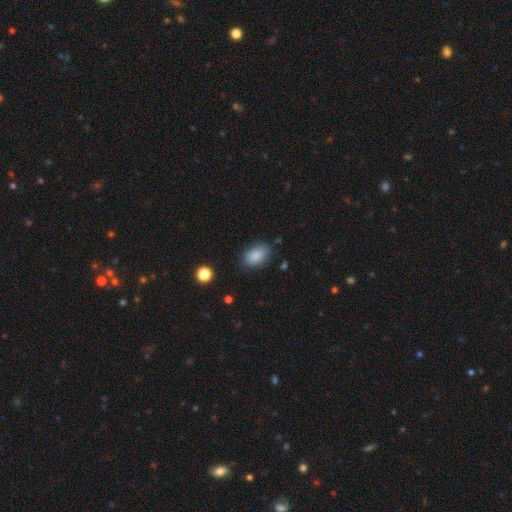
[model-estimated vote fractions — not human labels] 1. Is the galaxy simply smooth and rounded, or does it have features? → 87% smooth, 8% star or artifact, 5% featured or disk.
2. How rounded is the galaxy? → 90% in between, 9% round, 1% cigar-shaped.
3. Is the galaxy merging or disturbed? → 81% none, 14% minor disturbance, 3% major disturbance, 2% merger.